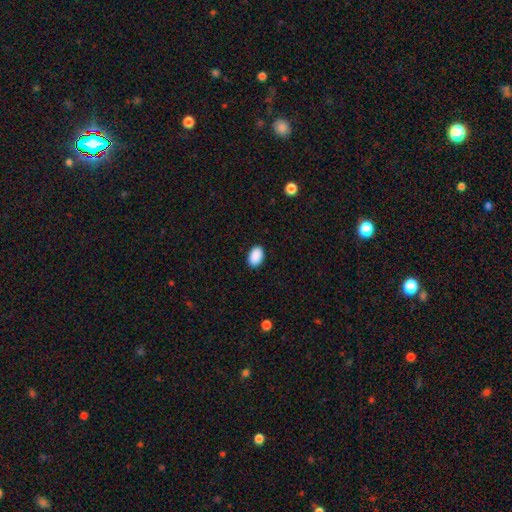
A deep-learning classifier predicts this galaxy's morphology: A smooth galaxy with no disk features (91%) that is in between round and cigar-shaped (90%).

Vote fractions:
- Smooth or featured? smooth: 91% / star or artifact: 7% / featured or disk: 2%
- How rounded? in between: 90% / round: 9% / cigar-shaped: 1%
- Merging? none: 89% / minor disturbance: 8% / major disturbance: 2% / merger: 1%